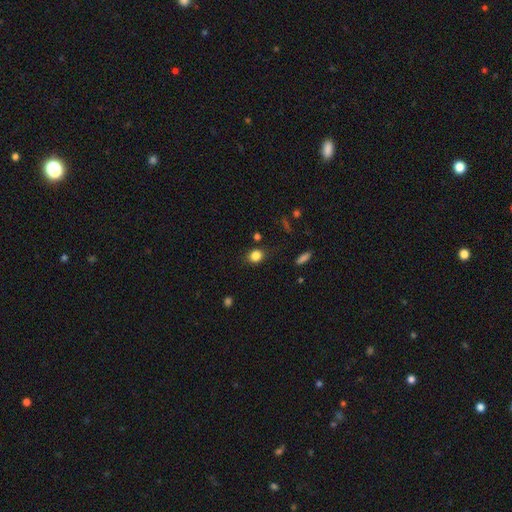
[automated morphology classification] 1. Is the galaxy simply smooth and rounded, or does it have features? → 83% smooth, 11% star or artifact, 6% featured or disk.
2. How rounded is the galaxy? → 61% round, 37% in between, 1% cigar-shaped.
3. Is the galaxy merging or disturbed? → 80% none, 14% minor disturbance, 4% major disturbance, 3% merger.